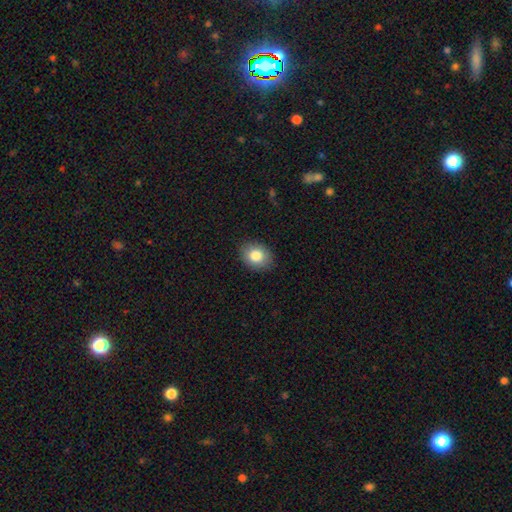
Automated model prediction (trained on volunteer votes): Smooth or featured? Predicted: smooth (p=0.83). How rounded? Predicted: in between (p=0.55). Merging? Predicted: none (p=0.88).